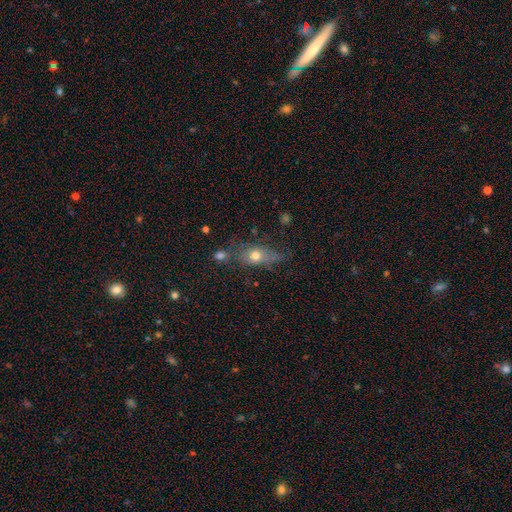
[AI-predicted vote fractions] The model was most divided on "merging": none: 47%, minor disturbance: 25%, major disturbance: 15%, merger: 13%. More confident: smooth or featured — smooth (68%); how rounded — in between (62%).